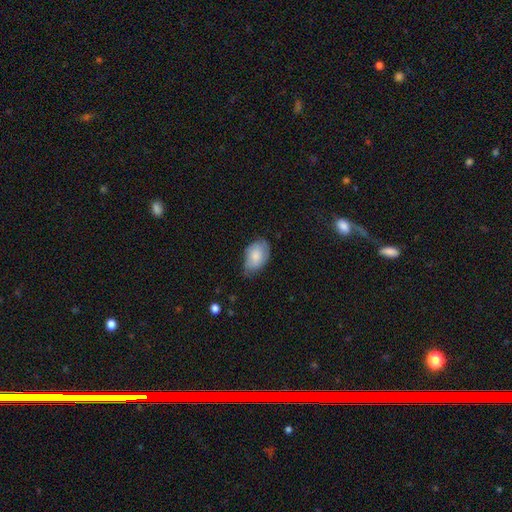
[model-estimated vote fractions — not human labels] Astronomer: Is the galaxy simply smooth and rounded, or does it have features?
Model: smooth — 77%.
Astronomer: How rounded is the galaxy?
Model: in between — 89%.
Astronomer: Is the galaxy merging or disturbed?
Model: none — 56% (runner-up: minor disturbance, 35%).